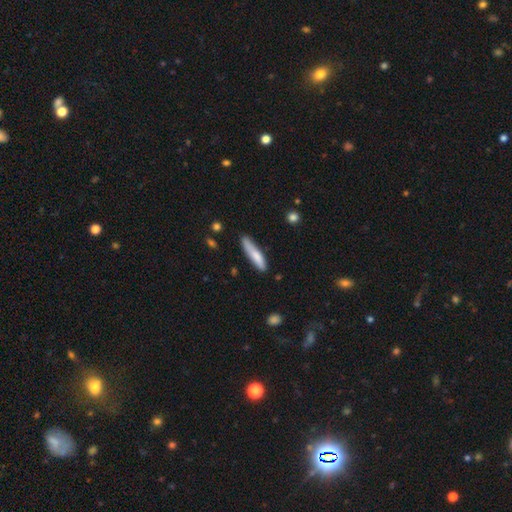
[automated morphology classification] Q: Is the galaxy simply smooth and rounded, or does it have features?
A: smooth — 77%.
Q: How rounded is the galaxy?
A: cigar-shaped — 84%.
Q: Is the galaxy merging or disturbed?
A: none — 72%.